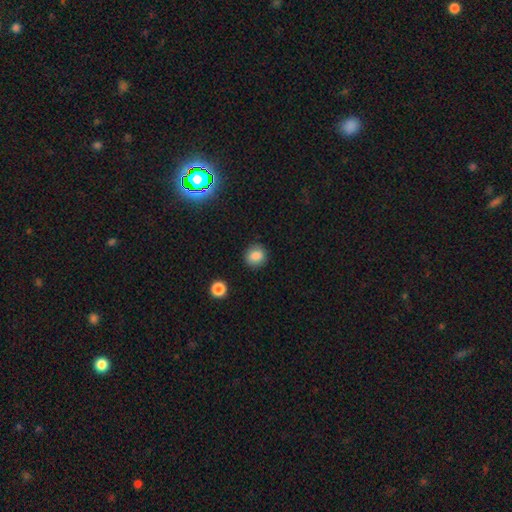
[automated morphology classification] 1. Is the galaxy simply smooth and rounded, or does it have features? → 84% smooth, 11% star or artifact, 5% featured or disk.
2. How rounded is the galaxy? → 82% round, 17% in between, 1% cigar-shaped.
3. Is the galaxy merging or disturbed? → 88% none, 8% minor disturbance, 2% major disturbance, 1% merger.